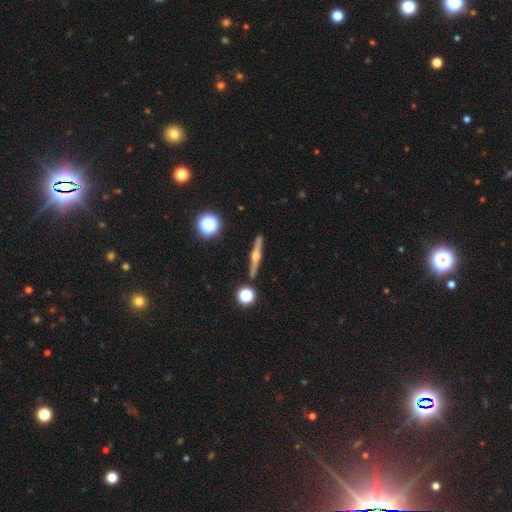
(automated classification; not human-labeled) Q: Smooth or featured?
A: featured or disk (75%); runner-up: smooth (19%)
Q: Edge-on disk?
A: yes (98%); runner-up: no (2%)
Q: Edge-on bulge?
A: rounded (94%); runner-up: boxy (3%)
Q: Merging?
A: none (91%); runner-up: minor disturbance (6%)